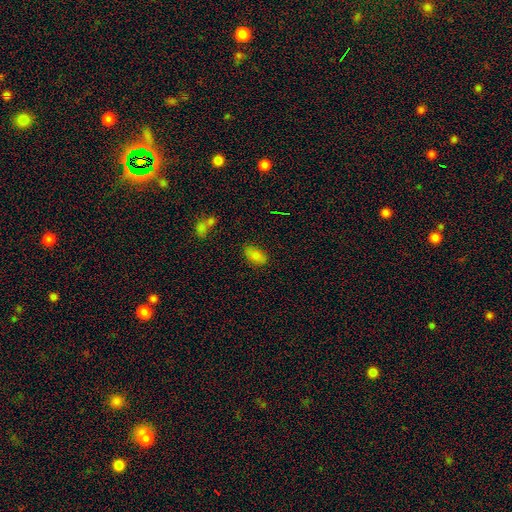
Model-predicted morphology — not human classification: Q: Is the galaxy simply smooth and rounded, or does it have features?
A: smooth — 81%.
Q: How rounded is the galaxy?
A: in between — 91%.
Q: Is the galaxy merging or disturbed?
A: none — 79%.